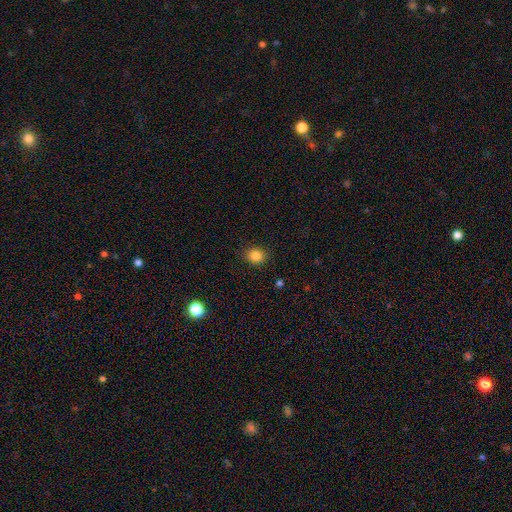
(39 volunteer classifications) Smooth or featured?
  - smooth: 87% *
  - featured or disk: 8%
  - star or artifact: 5%
How rounded?
  - round: 68% *
  - in between: 32%
  - cigar-shaped: 0%
Merging?
  - none: 100% *
  - minor disturbance: 0%
  - major disturbance: 0%
  - merger: 0%